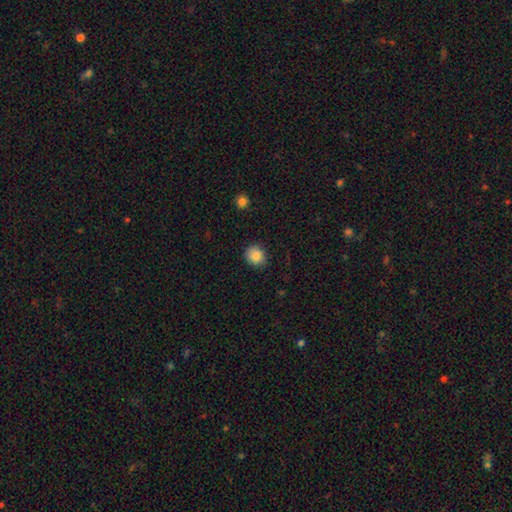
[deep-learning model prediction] A smooth galaxy with no disk features (85%) that is round (80%).

Vote fractions:
- Smooth or featured? smooth: 85% / star or artifact: 9% / featured or disk: 5%
- How rounded? round: 80% / in between: 20% / cigar-shaped: 1%
- Merging? none: 84% / minor disturbance: 12% / major disturbance: 3% / merger: 1%